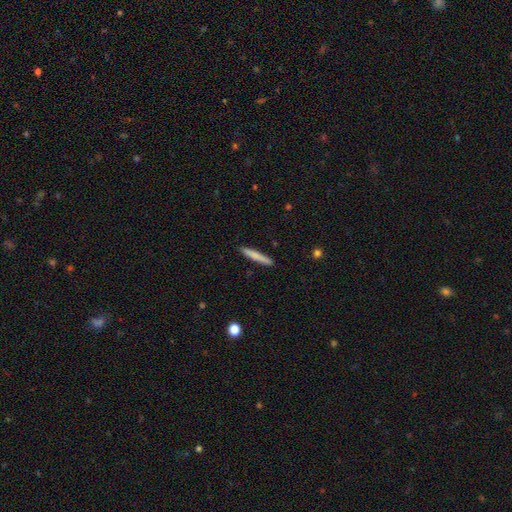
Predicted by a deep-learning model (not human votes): smooth 76%, featured or disk 18%, star or artifact 6%. Down the decision tree: how rounded — cigar-shaped (95%); merging — none (90%).